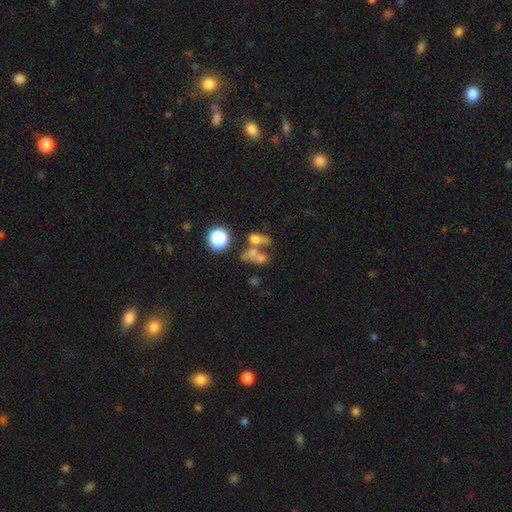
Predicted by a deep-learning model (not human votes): Smooth or featured? Predicted: smooth (p=0.57). How rounded? Predicted: in between (p=0.58). Merging? Predicted: merger (p=0.51).